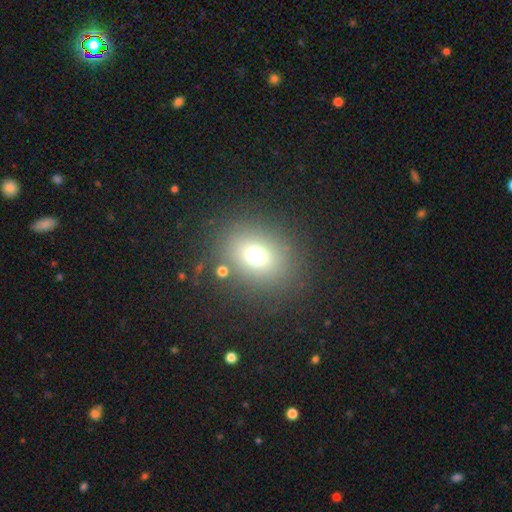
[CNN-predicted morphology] This appears to be a smooth galaxy with no disk features (68%) that is round (64%). Merging: none (79%).